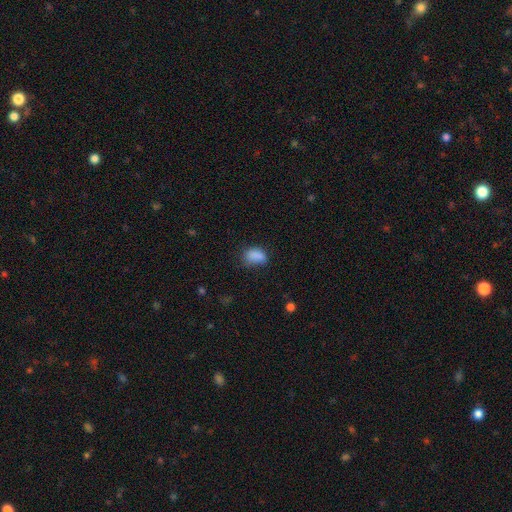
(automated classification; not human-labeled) Overall: smooth (85%). How rounded: in between (84%). Merging: none (59%; minor disturbance 29%).